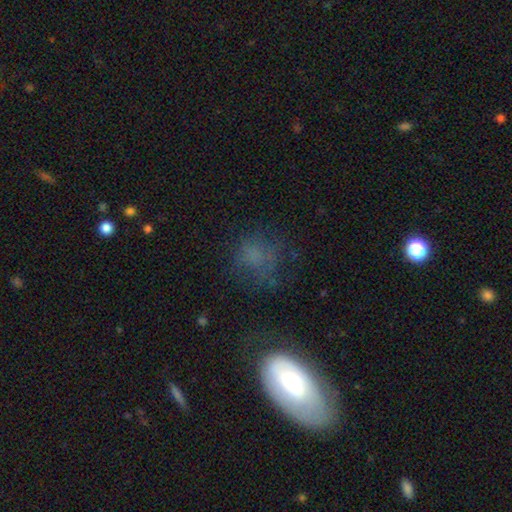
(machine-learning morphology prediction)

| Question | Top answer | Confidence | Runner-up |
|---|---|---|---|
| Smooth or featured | smooth | 58% | featured or disk (21%) |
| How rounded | round | 69% | in between (29%) |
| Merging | none | 55% | minor disturbance (21%) |